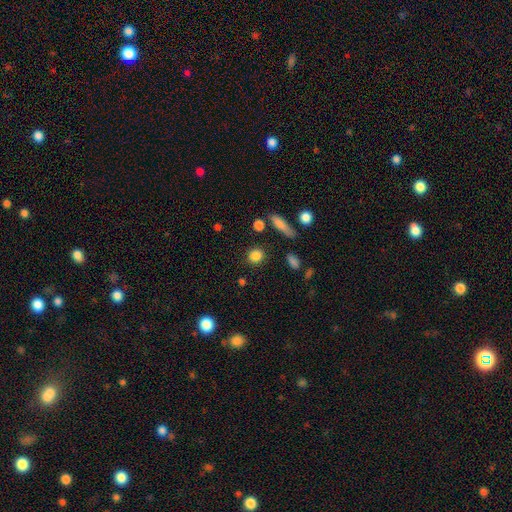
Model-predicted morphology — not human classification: smooth_or_featured: smooth (p=0.85) [alt: star or artifact p=0.10]
how_rounded: round (p=0.79) [alt: in between p=0.19]
merging: none (p=0.85) [alt: minor disturbance p=0.08]